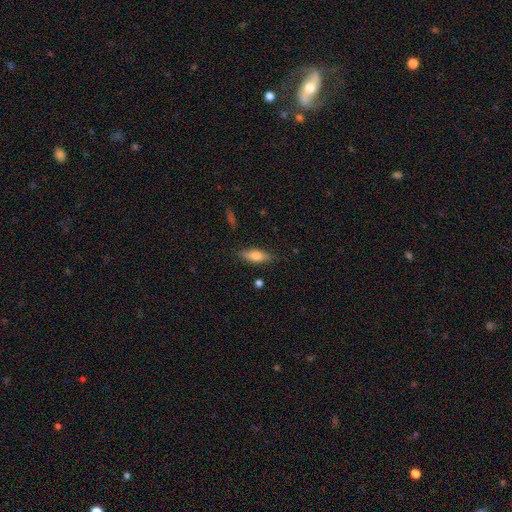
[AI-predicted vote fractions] This appears to be a smooth galaxy with no disk features (71%) that is in between round and cigar-shaped (62%). Merging: none (83%).